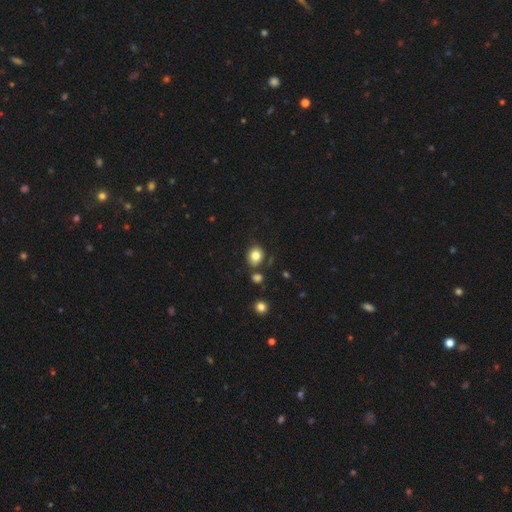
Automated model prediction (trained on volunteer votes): A smooth galaxy with no disk features (82%) that is round (61%).

Vote fractions:
- Smooth or featured? smooth: 82% / star or artifact: 10% / featured or disk: 7%
- How rounded? round: 61% / in between: 38% / cigar-shaped: 1%
- Merging? none: 76% / minor disturbance: 12% / merger: 8% / major disturbance: 4%